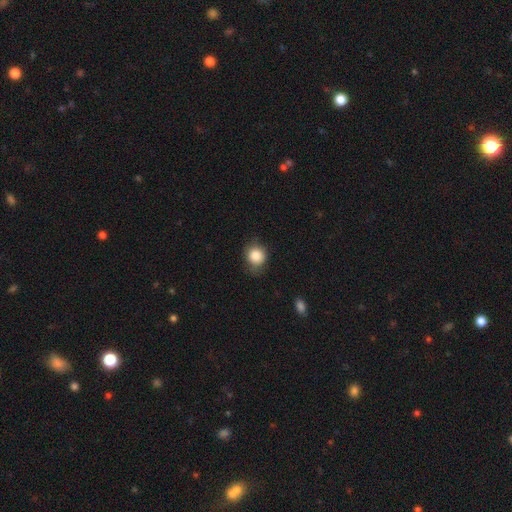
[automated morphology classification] Smooth or featured? smooth (84%)
How rounded? round (78%)
Merging? none (71%)